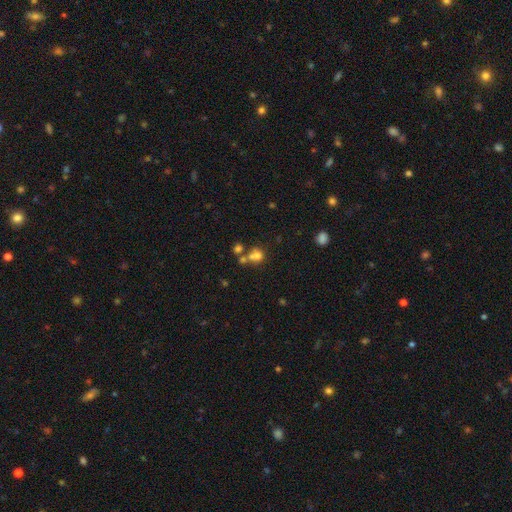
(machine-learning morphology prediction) smooth-or-featured: smooth: 68% | star or artifact: 17% | featured or disk: 15%
  how-rounded: round: 71% | in between: 28% | cigar-shaped: 1%
  merging: merger: 45% | none: 38% | minor disturbance: 10% | major disturbance: 6%